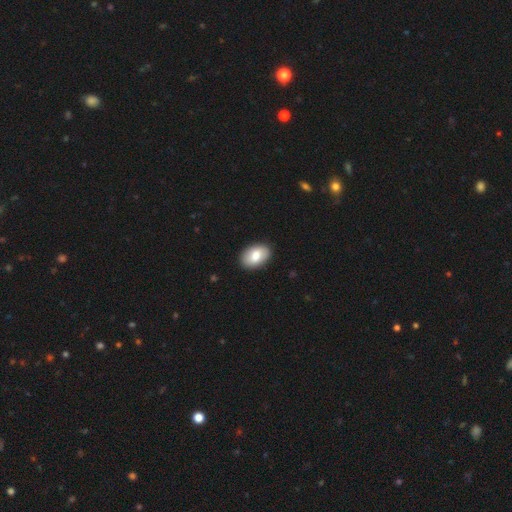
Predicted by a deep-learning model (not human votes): Q: Smooth or featured?
A: smooth (80%); runner-up: featured or disk (13%)
Q: How rounded?
A: in between (90%); runner-up: round (9%)
Q: Merging?
A: none (89%); runner-up: minor disturbance (8%)